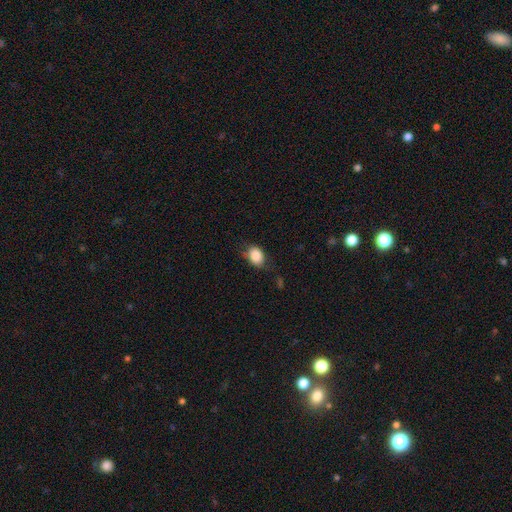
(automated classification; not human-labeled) Smooth or featured?
  - smooth: 85% *
  - star or artifact: 8%
  - featured or disk: 7%
How rounded?
  - in between: 66% *
  - round: 32%
  - cigar-shaped: 1%
Merging?
  - none: 65% *
  - minor disturbance: 25%
  - major disturbance: 8%
  - merger: 2%